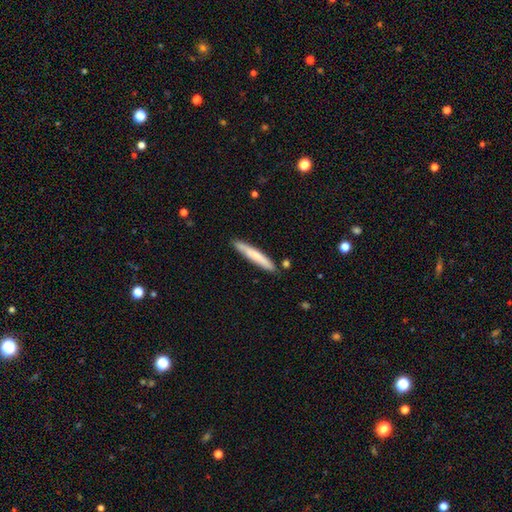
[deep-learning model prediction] This is likely a smooth galaxy (69%). How rounded: clearly cigar-shaped (94%). Merging: clearly none (85%).